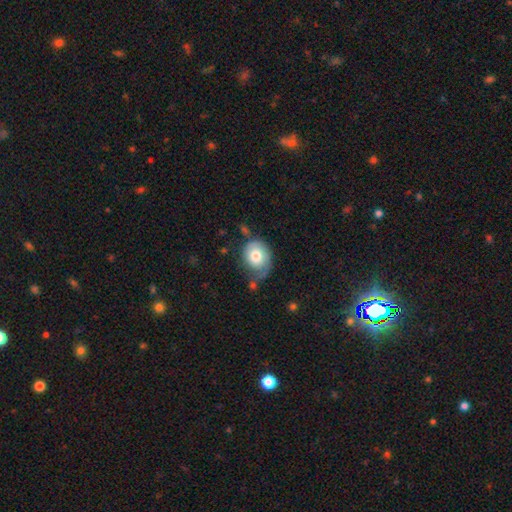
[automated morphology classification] Smooth or featured: smooth — 70% (featured or disk — 24%)
How rounded: round — 62% (in between — 37%)
Merging: none — 45% (minor disturbance — 30%)